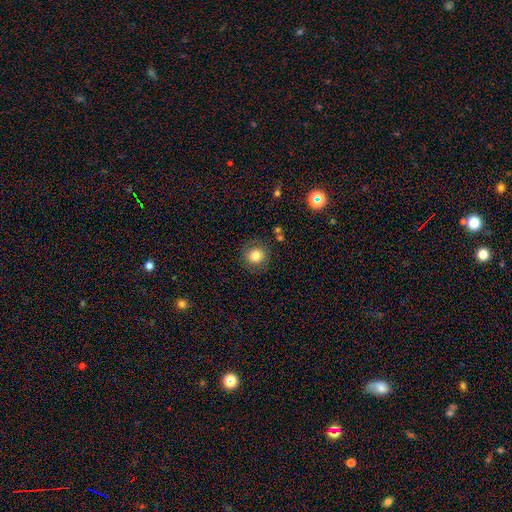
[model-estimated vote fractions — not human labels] Smooth or featured?
  - smooth: 78% *
  - featured or disk: 11%
  - star or artifact: 11%
How rounded?
  - round: 92% *
  - in between: 7%
  - cigar-shaped: 1%
Merging?
  - none: 84% *
  - minor disturbance: 10%
  - major disturbance: 4%
  - merger: 2%